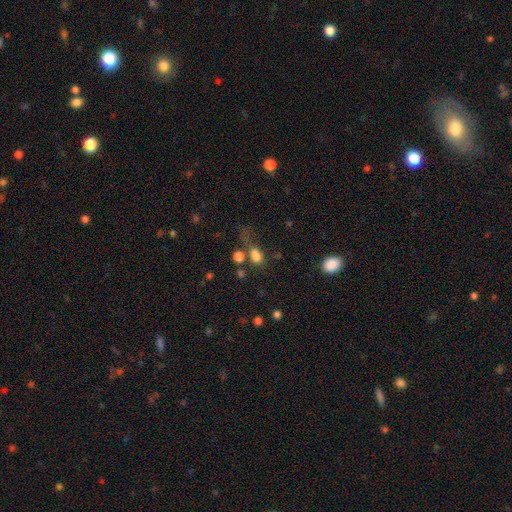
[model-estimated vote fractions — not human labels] Smooth or featured?
  - smooth: 77% *
  - star or artifact: 15%
  - featured or disk: 7%
How rounded?
  - in between: 70% *
  - round: 28%
  - cigar-shaped: 3%
Merging?
  - none: 44% *
  - merger: 22%
  - major disturbance: 18%
  - minor disturbance: 17%